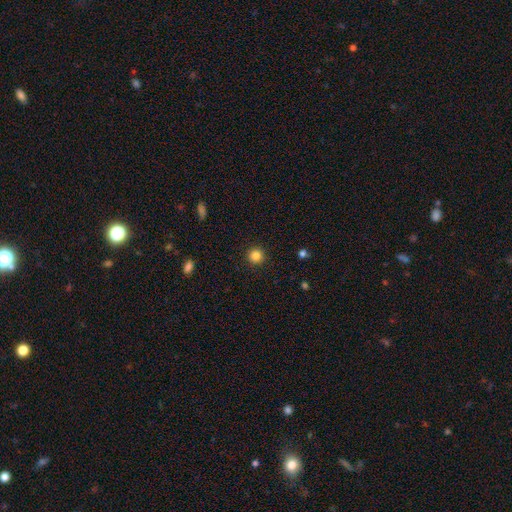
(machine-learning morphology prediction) Smooth or featured?
  - smooth: 84% *
  - star or artifact: 12%
  - featured or disk: 4%
How rounded?
  - round: 95% *
  - in between: 4%
  - cigar-shaped: 1%
Merging?
  - none: 92% *
  - minor disturbance: 5%
  - major disturbance: 2%
  - merger: 1%